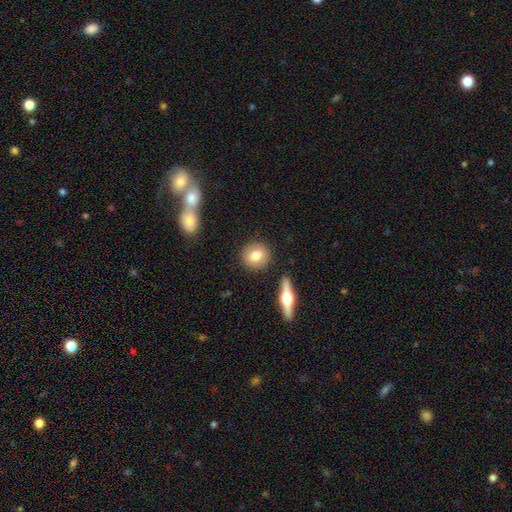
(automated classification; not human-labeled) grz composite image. It shows a smooth galaxy with no disk features (77%) that is round (83%). Merging: none (87%).